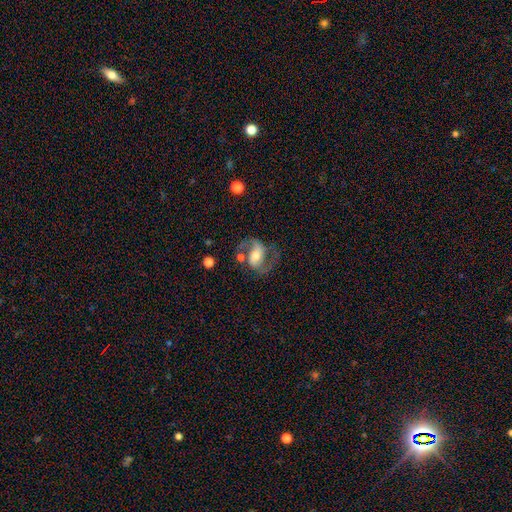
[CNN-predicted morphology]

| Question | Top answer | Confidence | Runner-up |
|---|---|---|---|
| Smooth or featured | featured or disk | 79% | smooth (15%) |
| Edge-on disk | no | 97% | yes (3%) |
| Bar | weak | 39% | no (31%) |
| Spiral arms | yes | 92% | no (8%) |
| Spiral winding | medium | 53% | loose (34%) |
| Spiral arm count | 2 | 89% | 1 (4%) |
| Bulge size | moderate | 61% | small (23%) |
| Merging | none | 60% | minor disturbance (17%) |